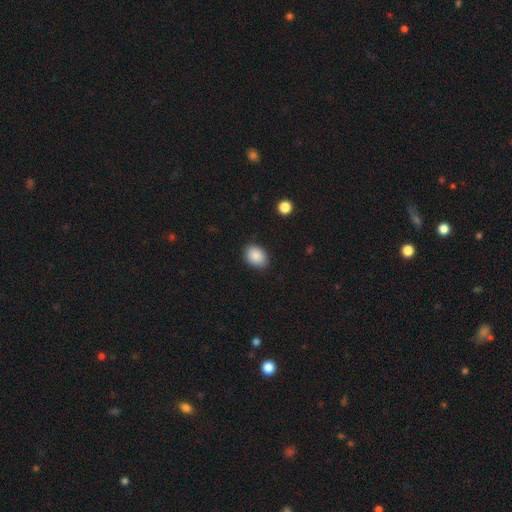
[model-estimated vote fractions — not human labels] Smooth or featured?
  - smooth: 89% *
  - star or artifact: 7%
  - featured or disk: 3%
How rounded?
  - in between: 72% *
  - round: 27%
  - cigar-shaped: 1%
Merging?
  - none: 85% *
  - minor disturbance: 11%
  - major disturbance: 2%
  - merger: 1%